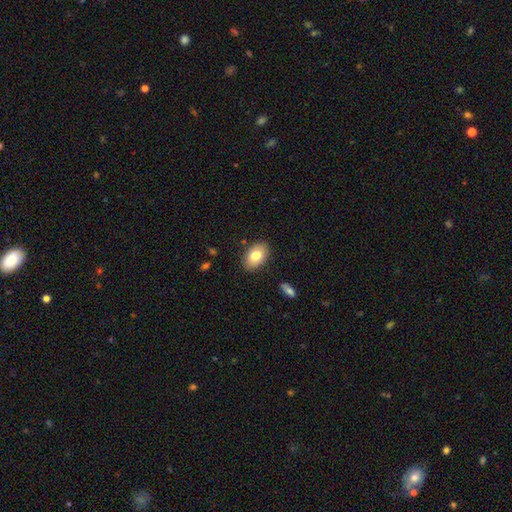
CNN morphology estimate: smooth-or-featured: smooth: 79% | featured or disk: 14% | star or artifact: 7%
  how-rounded: in between: 88% | round: 11% | cigar-shaped: 1%
  merging: none: 86% | minor disturbance: 10% | major disturbance: 2% | merger: 2%